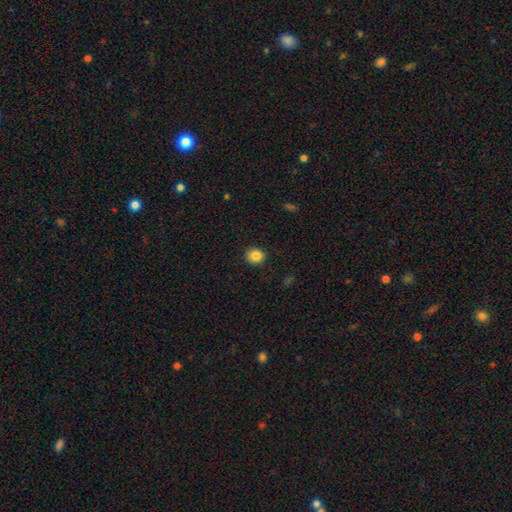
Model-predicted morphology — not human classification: Smooth or featured? Predicted: smooth (p=0.85). How rounded? Predicted: round (p=0.84). Merging? Predicted: none (p=0.90).